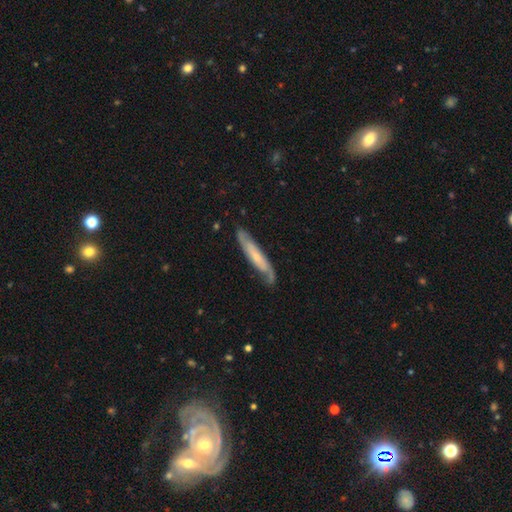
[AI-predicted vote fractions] The model was most divided on "edge-on disk" (2-way tie): yes: 50%, no: 50%. More confident: merging — none (74%); smooth or featured — featured or disk (66%).